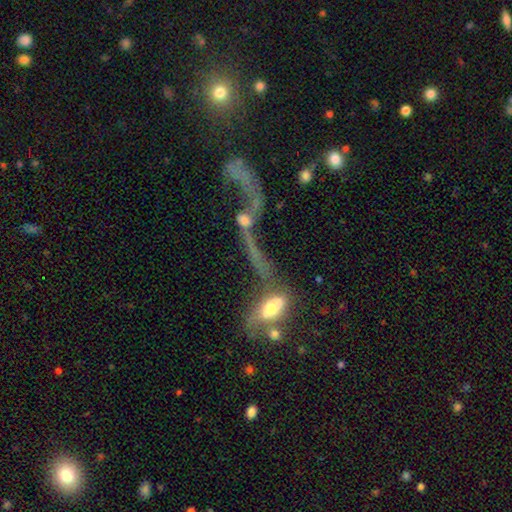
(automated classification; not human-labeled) smooth-or-featured: featured or disk: 53% | smooth: 30% | star or artifact: 17%
  disk-edge-on: no: 77% | yes: 23%
  merging: merger: 48% | major disturbance: 27% | none: 16% | minor disturbance: 9%